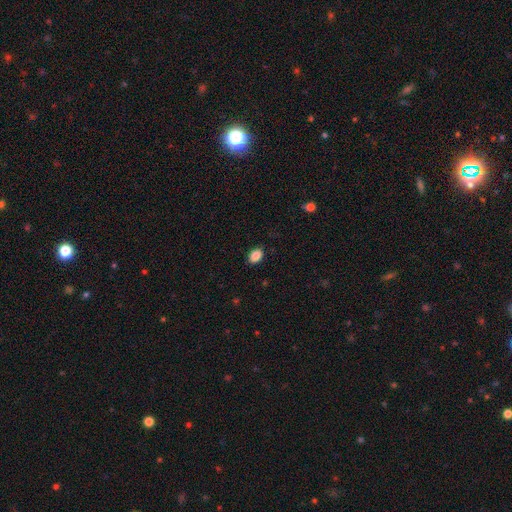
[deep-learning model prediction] smooth_or_featured: smooth (p=0.88) [alt: star or artifact p=0.08]
how_rounded: in between (p=0.80) [alt: round p=0.19]
merging: none (p=0.87) [alt: minor disturbance p=0.10]